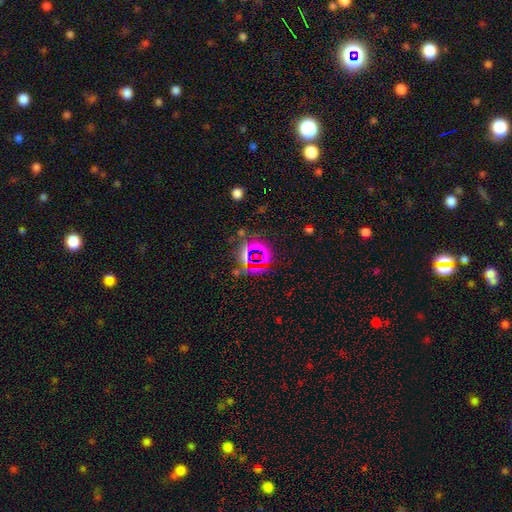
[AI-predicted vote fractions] Overall: star or artifact (70%).